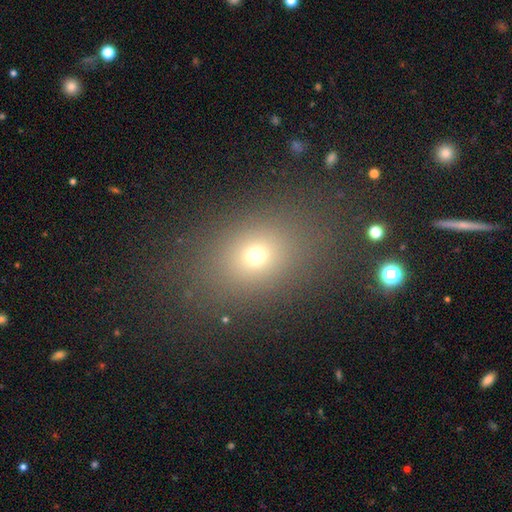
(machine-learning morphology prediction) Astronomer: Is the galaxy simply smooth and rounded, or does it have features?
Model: smooth — 67%.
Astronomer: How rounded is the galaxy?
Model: in between — 57% (runner-up: round, 41%).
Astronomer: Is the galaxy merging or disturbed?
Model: none — 83%.